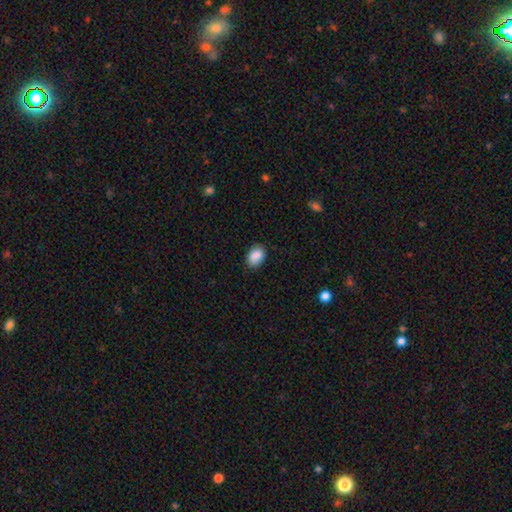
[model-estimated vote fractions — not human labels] Morphology: type=smooth (89%); roundness=in between (84%); merging=none (81%).